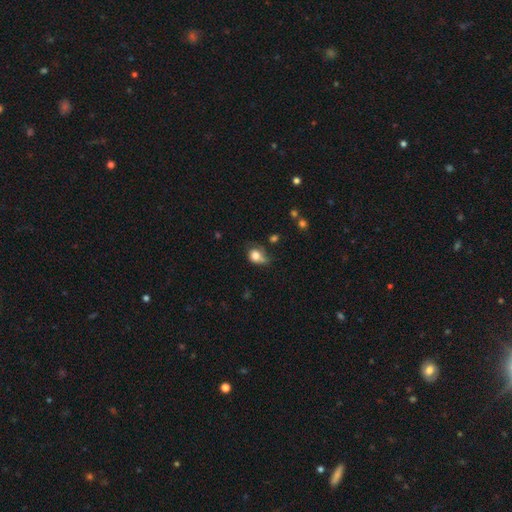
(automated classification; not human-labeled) smooth_or_featured: smooth (p=0.76) [alt: featured or disk p=0.14]
how_rounded: round (p=0.57) [alt: in between p=0.42]
merging: none (p=0.38) [alt: minor disturbance p=0.34]